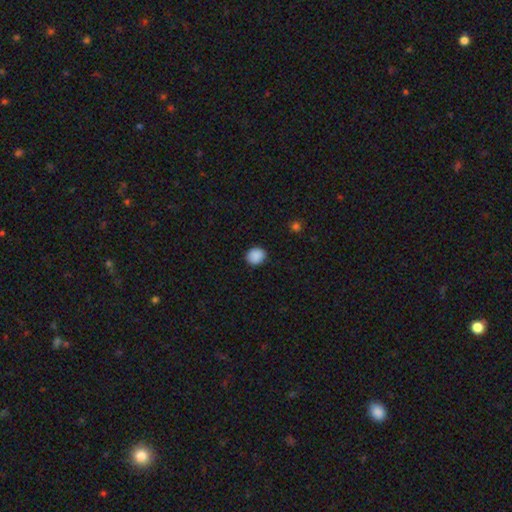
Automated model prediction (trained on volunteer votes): smooth_or_featured: smooth (p=0.89) [alt: star or artifact p=0.08]
how_rounded: round (p=0.76) [alt: in between p=0.23]
merging: none (p=0.88) [alt: minor disturbance p=0.09]